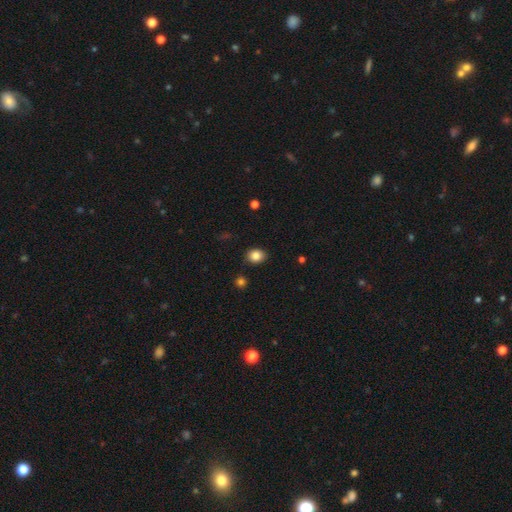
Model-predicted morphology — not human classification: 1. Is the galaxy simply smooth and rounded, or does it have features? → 85% smooth, 10% star or artifact, 6% featured or disk.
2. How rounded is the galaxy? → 53% in between, 46% round, 1% cigar-shaped.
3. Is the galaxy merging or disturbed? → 87% none, 9% minor disturbance, 2% major disturbance, 2% merger.